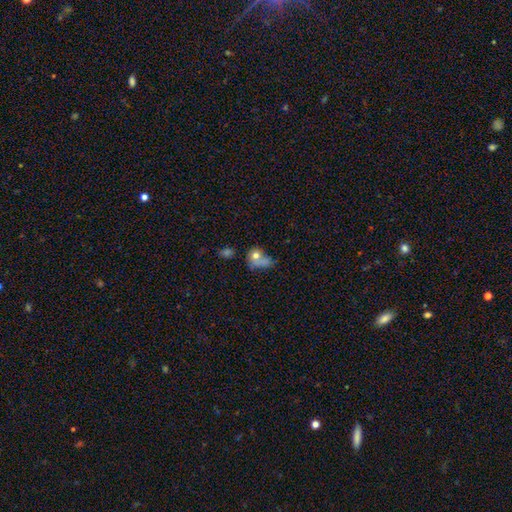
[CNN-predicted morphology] Q: Smooth or featured?
A: smooth (69%); runner-up: featured or disk (18%)
Q: How rounded?
A: round (54%); runner-up: in between (43%)
Q: Merging?
A: none (29%); runner-up: major disturbance (28%)